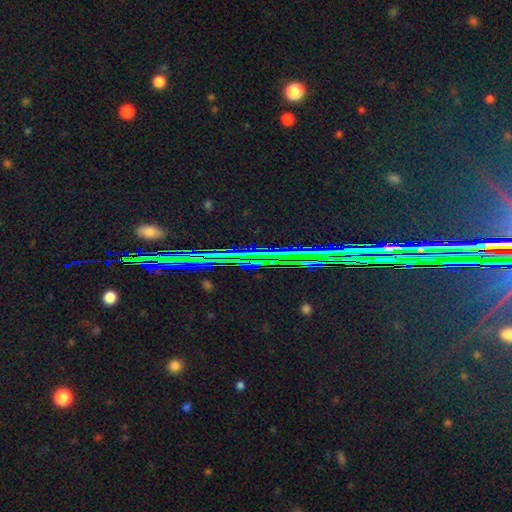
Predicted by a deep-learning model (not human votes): This appears to be a star or artifact, not a galaxy (83%).